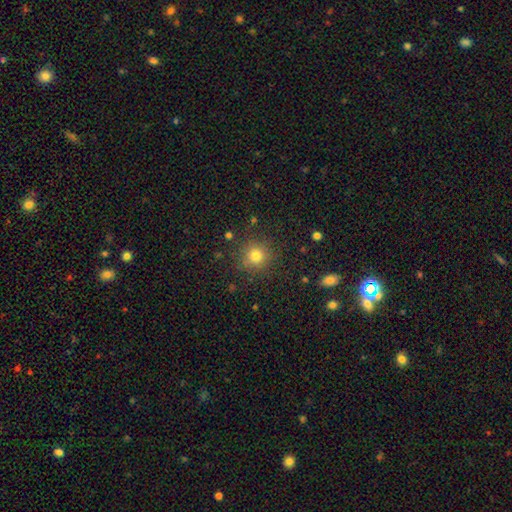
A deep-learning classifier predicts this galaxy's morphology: Smooth or featured?
  - smooth: 78% *
  - star or artifact: 15%
  - featured or disk: 7%
How rounded?
  - round: 93% *
  - in between: 6%
  - cigar-shaped: 1%
Merging?
  - none: 87% *
  - minor disturbance: 8%
  - major disturbance: 3%
  - merger: 2%